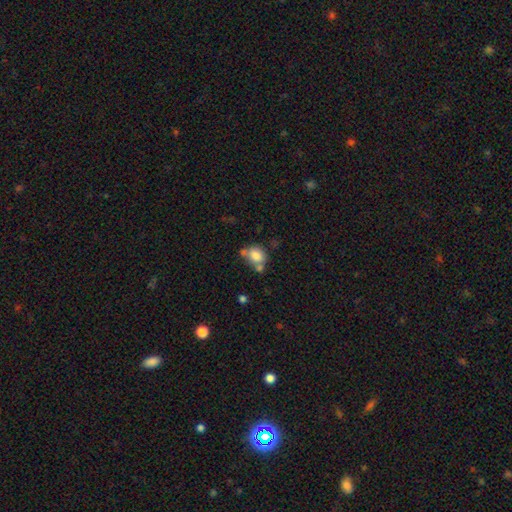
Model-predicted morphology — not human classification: This appears to be a smooth galaxy with no disk features (78%) that is round (54%). Merging: none (44%).